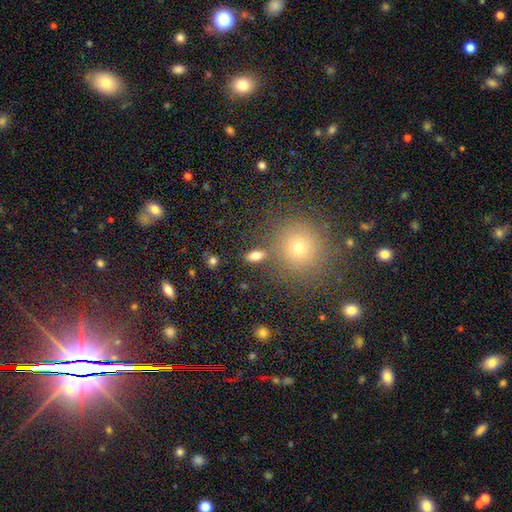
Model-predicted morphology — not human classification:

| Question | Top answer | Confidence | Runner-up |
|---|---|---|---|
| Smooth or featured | smooth | 74% | featured or disk (14%) |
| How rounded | in between | 77% | round (13%) |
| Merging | none | 81% | minor disturbance (9%) |